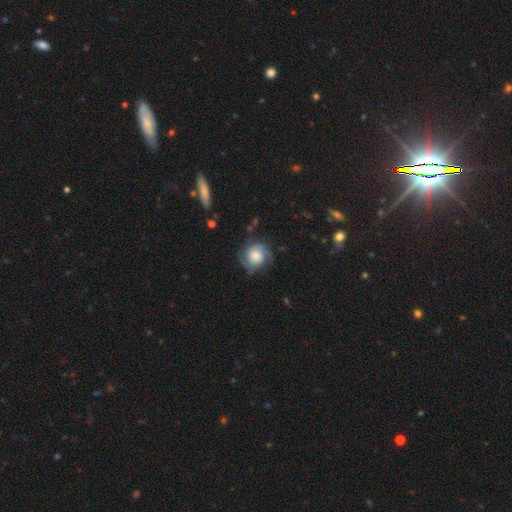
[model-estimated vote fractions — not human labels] smooth_or_featured: featured or disk (p=0.64) [alt: smooth p=0.28]
disk_edge_on: no (p=0.98) [alt: yes p=0.02]
bar: no (p=0.76) [alt: weak p=0.21]
has_spiral_arms: yes (p=0.92) [alt: no p=0.08]
spiral_winding: tight (p=0.49) [alt: medium p=0.38]
spiral_arm_count: 2 (p=0.41) [alt: 3 p=0.22]
bulge_size: moderate (p=0.37) [alt: large p=0.36]
merging: none (p=0.67) [alt: minor disturbance p=0.20]